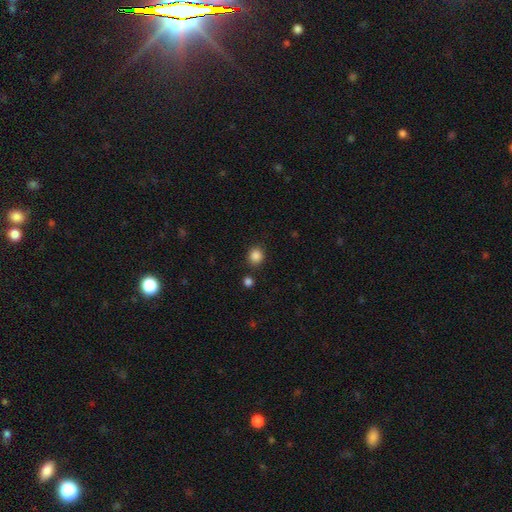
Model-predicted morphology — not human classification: smooth_or_featured: smooth (p=0.86) [alt: star or artifact p=0.11]
how_rounded: round (p=0.81) [alt: in between p=0.18]
merging: none (p=0.84) [alt: minor disturbance p=0.08]